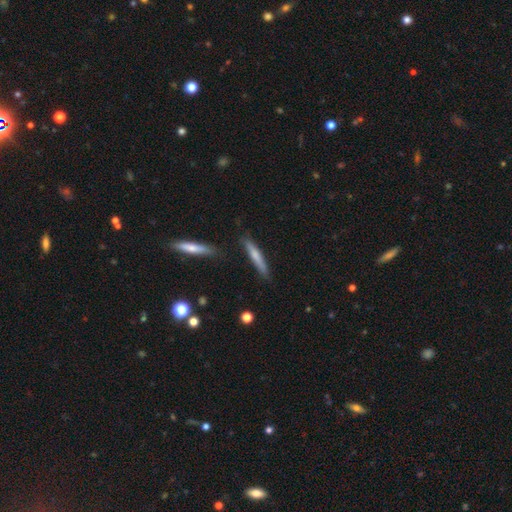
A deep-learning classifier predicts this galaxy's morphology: smooth_or_featured: smooth (p=0.65) [alt: featured or disk p=0.29]
how_rounded: cigar-shaped (p=0.93) [alt: in between p=0.06]
merging: none (p=0.81) [alt: minor disturbance p=0.13]